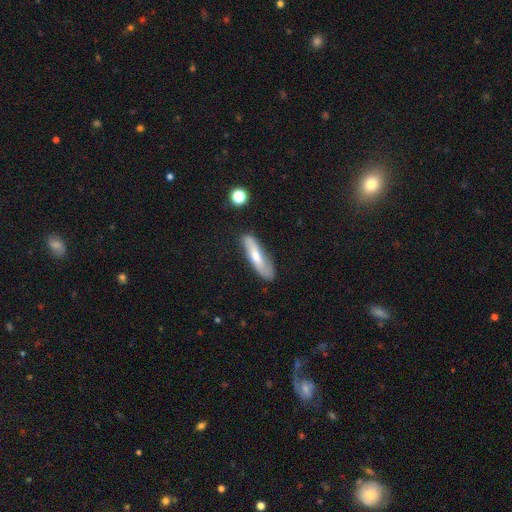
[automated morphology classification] The model was most divided on "smooth or featured": smooth: 50%, featured or disk: 44%, star or artifact: 6%. More confident: merging — none (75%).